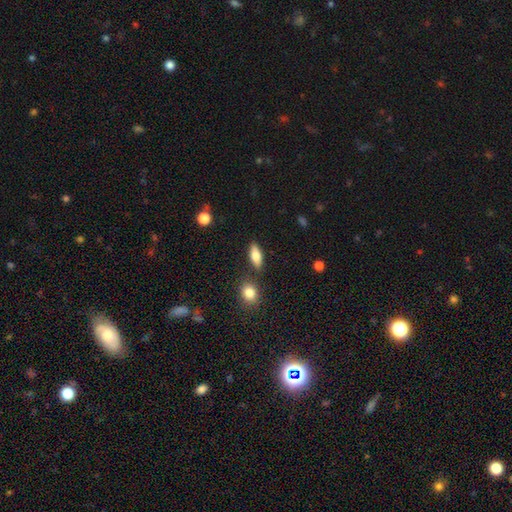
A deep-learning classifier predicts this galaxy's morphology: Overall: smooth (77%). How rounded: in between (74%). Merging: none (79%).